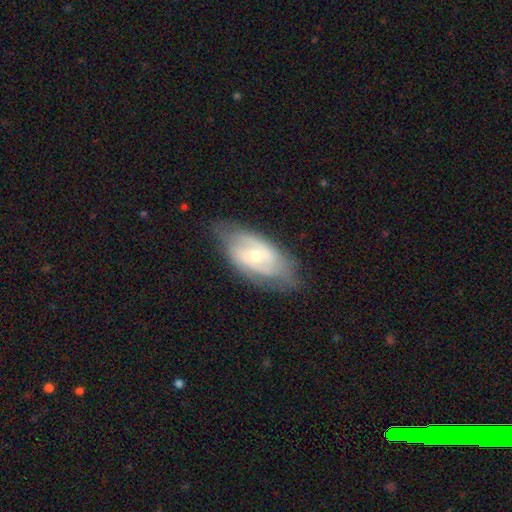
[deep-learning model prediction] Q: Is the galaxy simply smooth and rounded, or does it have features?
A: featured or disk — 67%.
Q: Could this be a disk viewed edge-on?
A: no — 92%.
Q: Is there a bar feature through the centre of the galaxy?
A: no — 45%.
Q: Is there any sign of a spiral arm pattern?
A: yes — 76%.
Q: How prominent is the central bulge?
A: moderate — 48%.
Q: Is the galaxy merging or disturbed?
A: none — 71%.